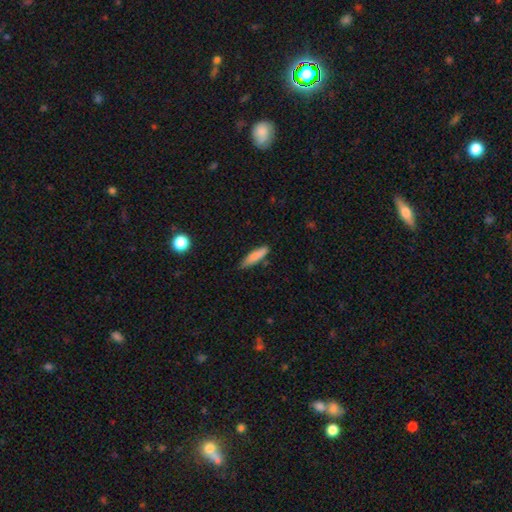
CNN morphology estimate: This appears to be a smooth galaxy with no disk features (83%) that is cigar-shaped (75%). Merging: none (77%).